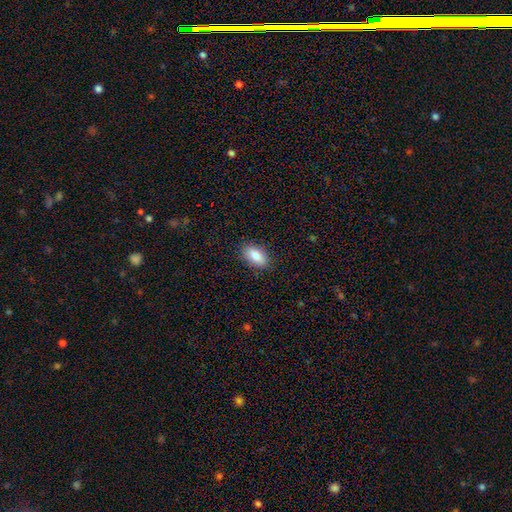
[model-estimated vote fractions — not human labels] Smooth or featured?
  - smooth: 85% *
  - featured or disk: 8%
  - star or artifact: 7%
How rounded?
  - in between: 92% *
  - round: 4%
  - cigar-shaped: 4%
Merging?
  - none: 87% *
  - minor disturbance: 10%
  - major disturbance: 2%
  - merger: 1%